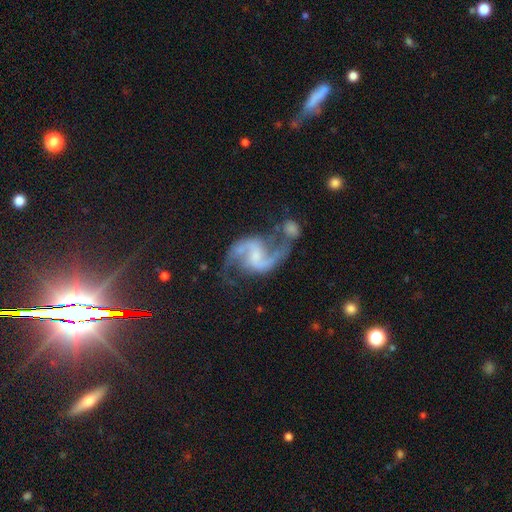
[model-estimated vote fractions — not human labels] smooth-or-featured: featured or disk: 92% | star or artifact: 5% | smooth: 4%
  disk-edge-on: no: 98% | yes: 2%
    bar: weak: 49% | no: 32% | strong: 19%
    has-spiral-arms: yes: 98% | no: 2%
      spiral-winding: loose: 50% | medium: 43% | tight: 7%
      spiral-arm-count: 2: 94% | can't tell: 2% | 1: 1% | 3: 1% | 4: 1% | more than 4: 1%
    bulge-size: small: 36% | none: 31% | moderate: 26% | large: 6% | dominant: 1%
  merging: none: 55% | minor disturbance: 17% | merger: 17% | major disturbance: 11%